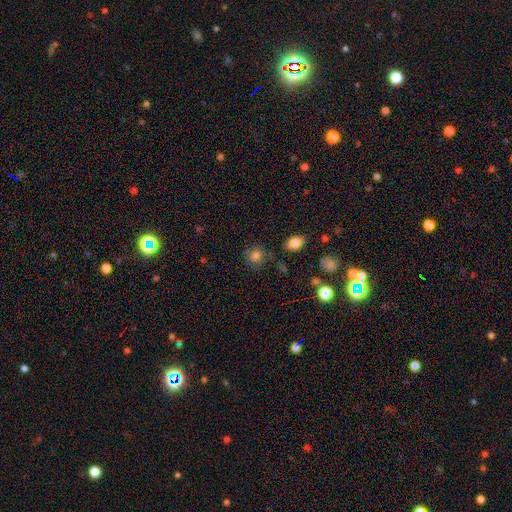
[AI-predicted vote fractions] smooth_or_featured: smooth (p=0.75) [alt: featured or disk p=0.13]
how_rounded: round (p=0.63) [alt: in between p=0.36]
merging: none (p=0.71) [alt: minor disturbance p=0.18]